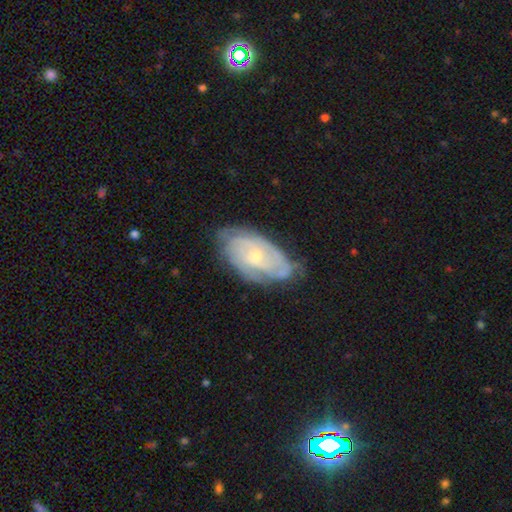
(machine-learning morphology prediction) Smooth or featured? featured or disk (76%)
Edge-on disk? no (94%)
Bar? no (73%)
Spiral arms? yes (87%)
Spiral winding? tight (67%)
Spiral arm count? can't tell (48%)
Bulge size? small (63%)
Merging? none (66%)